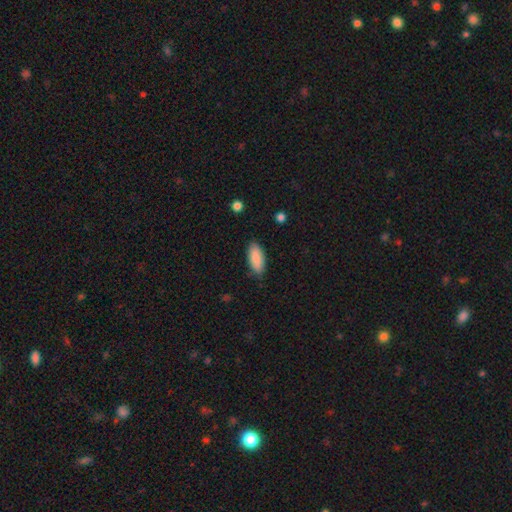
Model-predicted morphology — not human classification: Smooth or featured? Predicted: smooth (p=0.87). How rounded? Predicted: in between (p=0.86). Merging? Predicted: none (p=0.82).